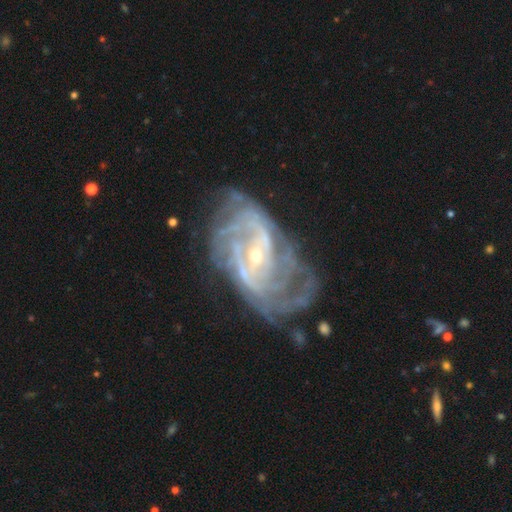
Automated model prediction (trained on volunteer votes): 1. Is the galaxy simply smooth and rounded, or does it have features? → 89% featured or disk, 6% star or artifact, 5% smooth.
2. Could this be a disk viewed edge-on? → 96% no, 4% yes.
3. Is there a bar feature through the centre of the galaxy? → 44% weak, 33% no, 23% strong.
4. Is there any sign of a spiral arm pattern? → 96% yes, 4% no.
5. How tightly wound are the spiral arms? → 56% tight, 34% medium, 9% loose.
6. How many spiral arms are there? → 31% can't tell, 24% 2, 15% 4, 15% 3, 9% more than 4, 7% 1.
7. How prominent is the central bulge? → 71% small, 25% moderate, 1% large, 1% none, 1% dominant.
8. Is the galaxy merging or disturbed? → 61% none, 22% minor disturbance, 15% major disturbance, 2% merger.